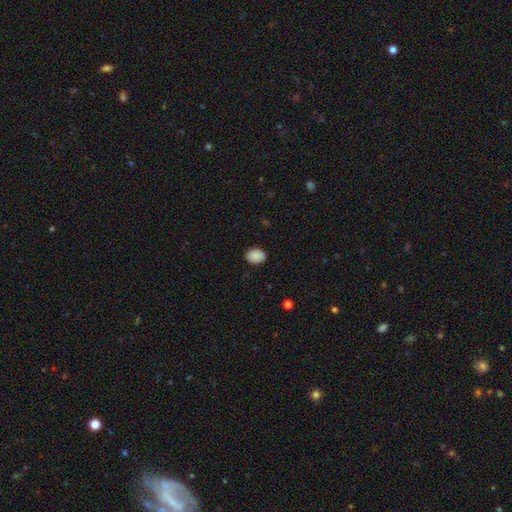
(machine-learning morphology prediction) This is clearly a smooth galaxy (89%). How rounded: likely in between (62%). Merging: clearly none (87%).